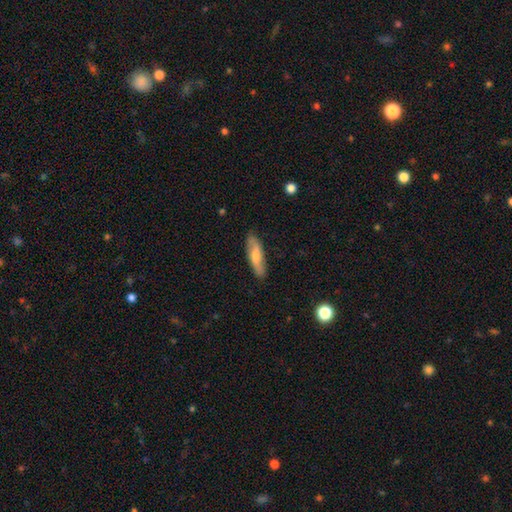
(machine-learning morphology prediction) Overall: smooth (65%; featured or disk 29%). How rounded: cigar-shaped (59%; in between 39%). Merging: none (83%).